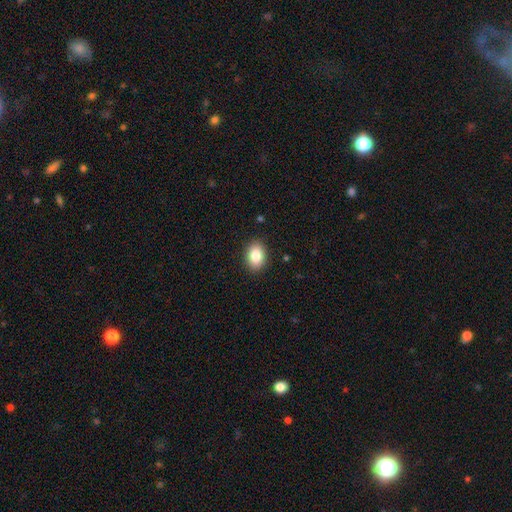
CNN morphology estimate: smooth 85%, star or artifact 8%, featured or disk 7%. Down the decision tree: how rounded — in between (79%); merging — none (89%).